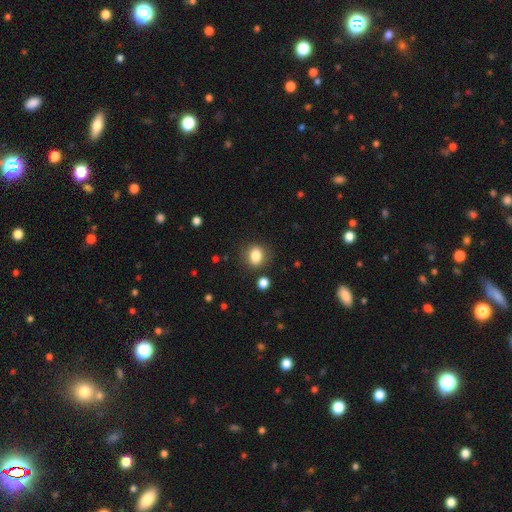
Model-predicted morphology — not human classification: Smooth or featured? smooth (83%)
How rounded? round (54%)
Merging? none (81%)